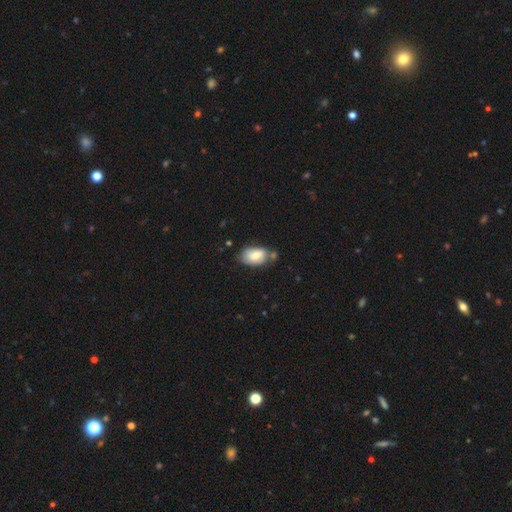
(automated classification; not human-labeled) Smooth or featured? smooth (76%)
How rounded? in between (91%)
Merging? none (57%)